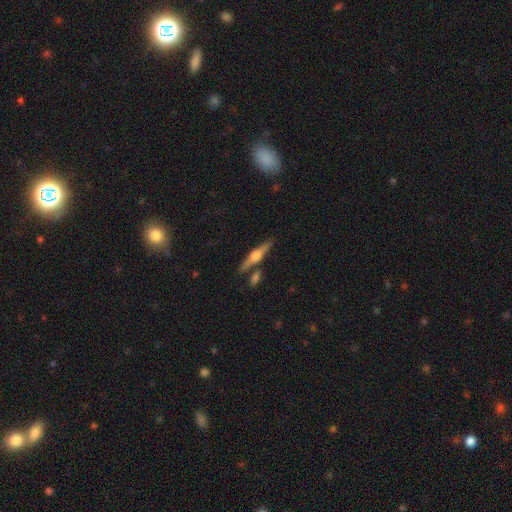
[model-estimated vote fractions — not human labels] Morphology: type=featured or disk (71%); edge-on=yes (97%); edge-on bulge=rounded (91%); merging=none (78%).